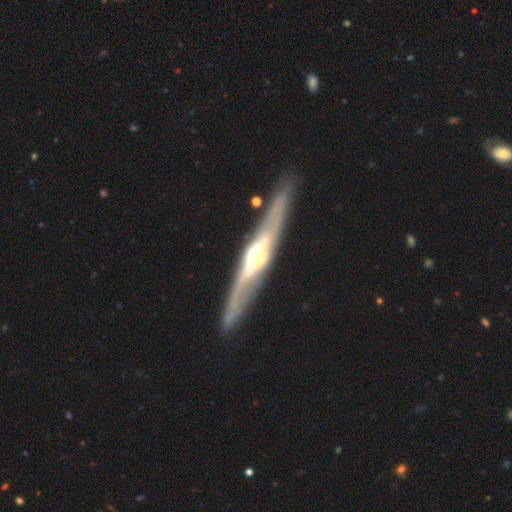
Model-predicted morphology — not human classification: This is clearly a featured or disk galaxy (80%). It is clearly viewed edge-on (86%). Edge-on bulge: clearly rounded (81%). Merging: clearly none (80%).